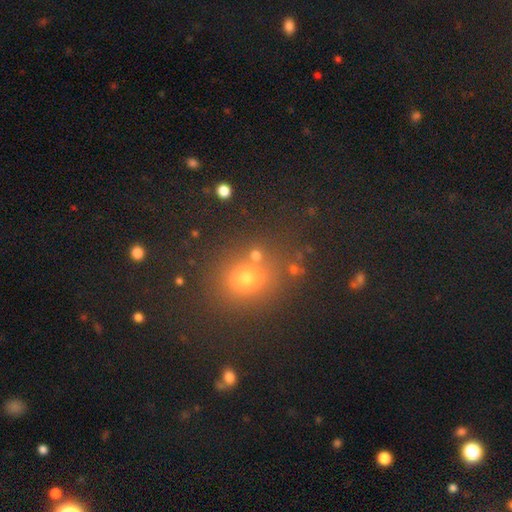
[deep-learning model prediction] This appears to be a smooth galaxy with no disk features (68%) that is round (72%). Merging: none (74%).